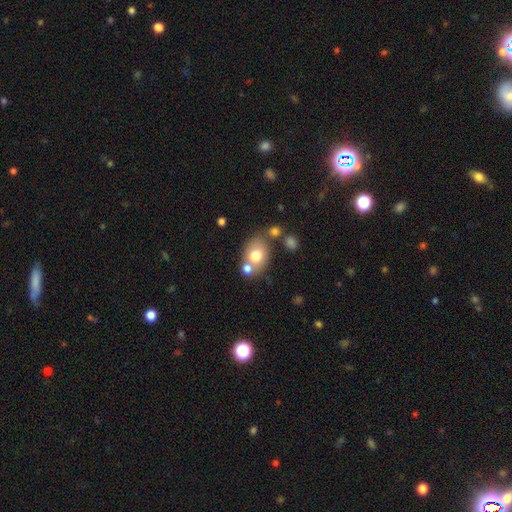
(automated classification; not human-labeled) This is likely a smooth galaxy (71%). How rounded: possibly in between (59%). Merging: possibly none (54%).